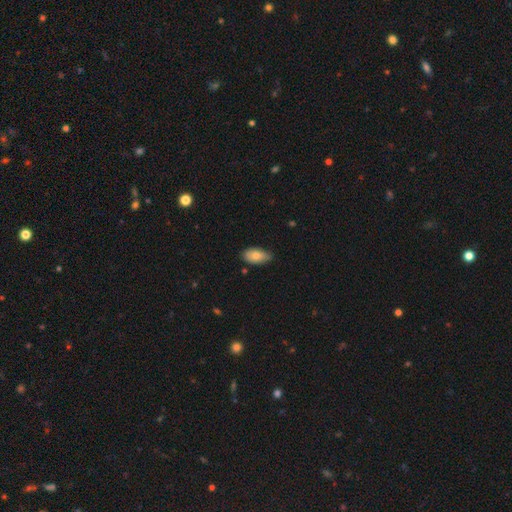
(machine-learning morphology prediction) A smooth galaxy with no disk features (76%) that is in between round and cigar-shaped (93%). Merging: none (70%).